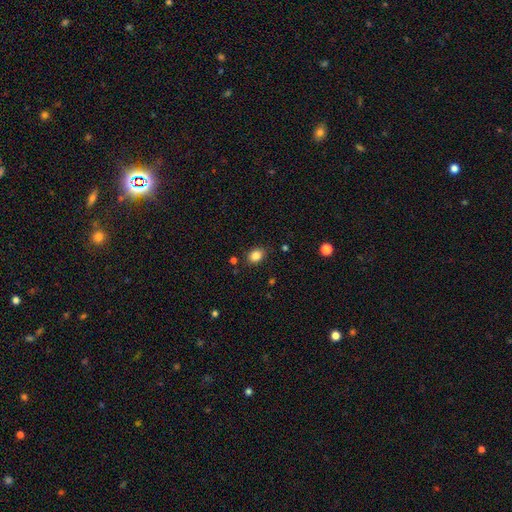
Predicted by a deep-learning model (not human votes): Q: Smooth or featured?
A: smooth (85%); runner-up: star or artifact (10%)
Q: How rounded?
A: in between (66%); runner-up: round (33%)
Q: Merging?
A: none (84%); runner-up: minor disturbance (11%)